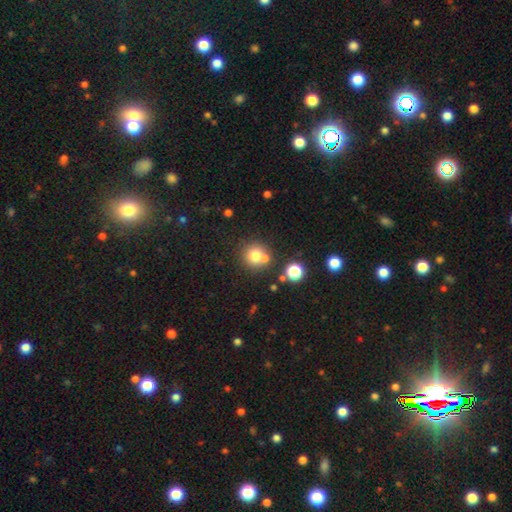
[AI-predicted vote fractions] Overall: smooth (73%). How rounded: round (92%). Merging: none (62%; merger 27%).